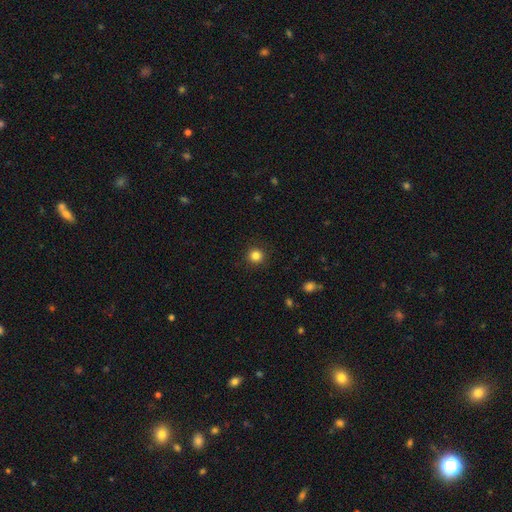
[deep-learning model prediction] Q: Smooth or featured?
A: smooth (84%); runner-up: star or artifact (12%)
Q: How rounded?
A: round (95%); runner-up: in between (5%)
Q: Merging?
A: none (92%); runner-up: minor disturbance (5%)